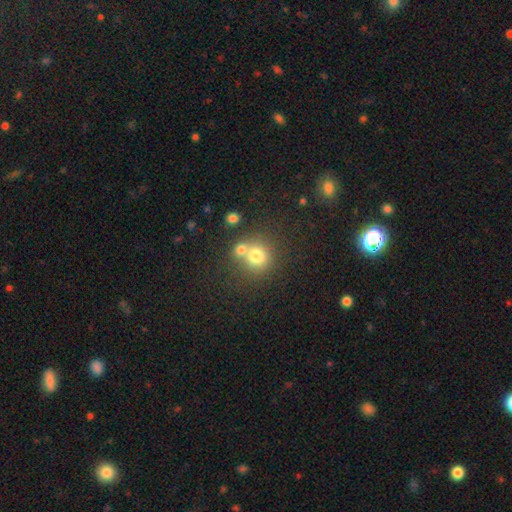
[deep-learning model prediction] Smooth or featured? smooth (74%)
How rounded? round (86%)
Merging? none (46%)